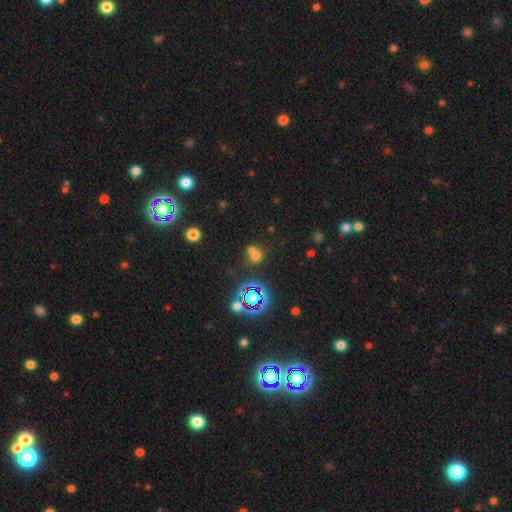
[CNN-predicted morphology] This is possibly a smooth galaxy (55%). How rounded: clearly round (83%). Merging: possibly none (47%).